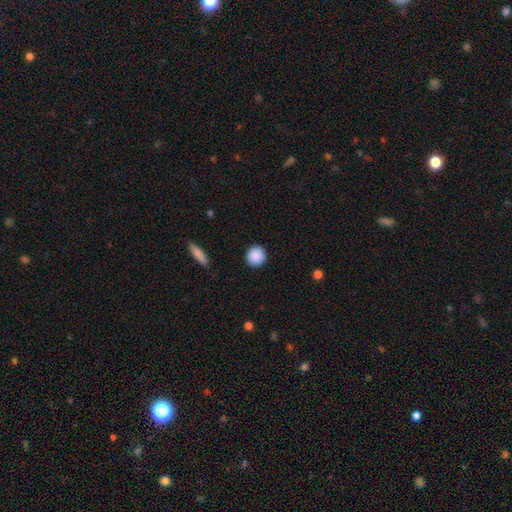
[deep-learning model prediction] Smooth or featured?
  - smooth: 89% *
  - star or artifact: 7%
  - featured or disk: 3%
How rounded?
  - round: 93% *
  - in between: 6%
  - cigar-shaped: 1%
Merging?
  - none: 92% *
  - minor disturbance: 5%
  - major disturbance: 2%
  - merger: 1%